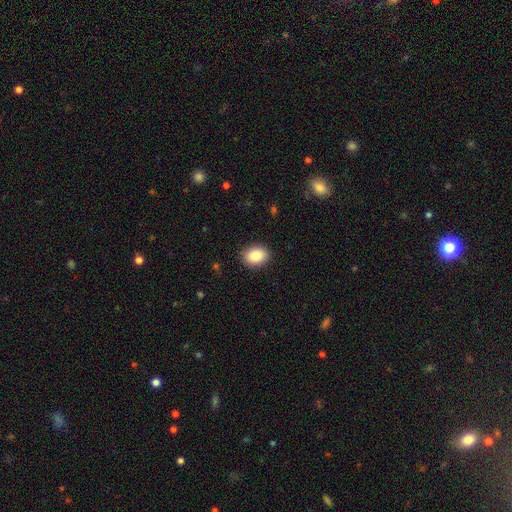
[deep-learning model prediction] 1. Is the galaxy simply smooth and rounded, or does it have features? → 87% smooth, 8% star or artifact, 5% featured or disk.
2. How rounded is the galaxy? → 67% in between, 32% round, 1% cigar-shaped.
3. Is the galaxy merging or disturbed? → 89% none, 8% minor disturbance, 2% major disturbance, 1% merger.